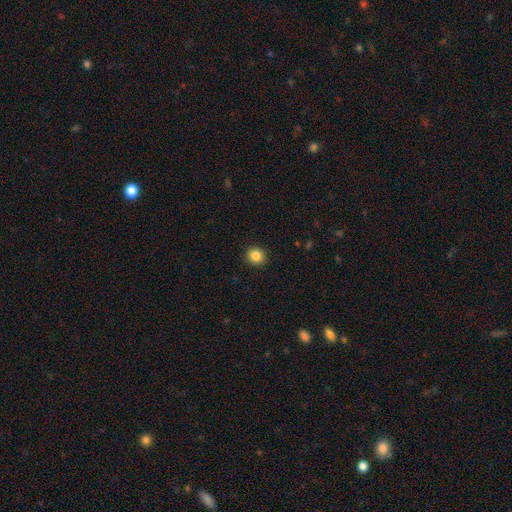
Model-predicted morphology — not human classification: Smooth or featured: smooth — 86% (star or artifact — 10%)
How rounded: round — 86% (in between — 13%)
Merging: none — 92% (minor disturbance — 5%)